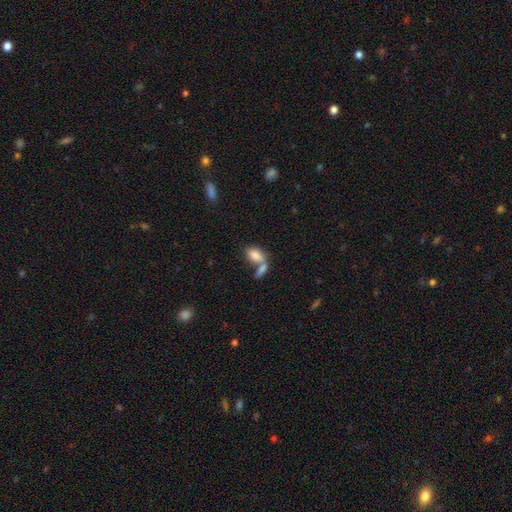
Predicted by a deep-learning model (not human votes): smooth_or_featured: smooth (p=0.82) [alt: featured or disk p=0.10]
how_rounded: in between (p=0.90) [alt: round p=0.06]
merging: merger (p=0.56) [alt: none p=0.30]